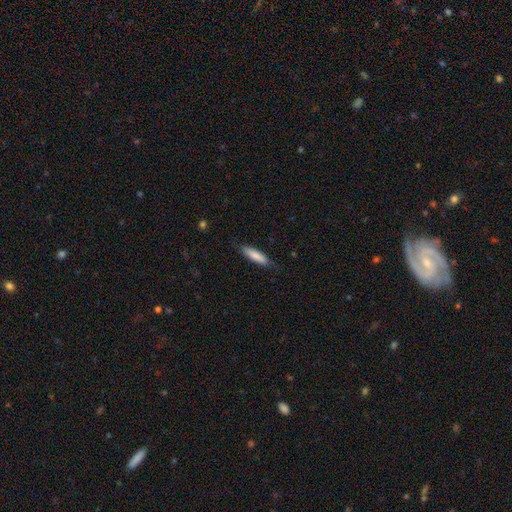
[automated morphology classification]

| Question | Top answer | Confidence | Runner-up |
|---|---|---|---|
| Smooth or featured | smooth | 81% | featured or disk (13%) |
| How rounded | cigar-shaped | 72% | in between (26%) |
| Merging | none | 81% | minor disturbance (15%) |